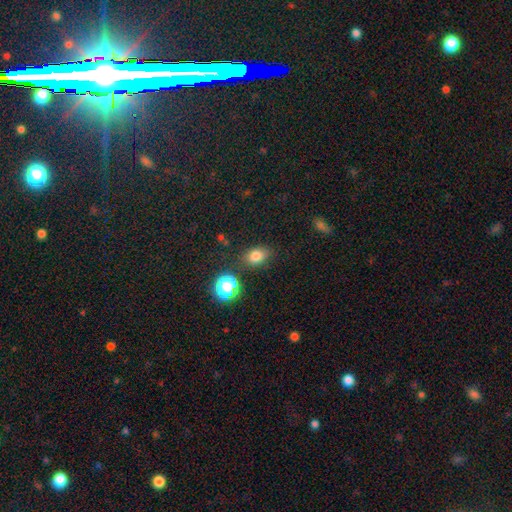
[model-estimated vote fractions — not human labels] Smooth or featured? Predicted: smooth (p=0.77). How rounded? Predicted: in between (p=0.68). Merging? Predicted: none (p=0.80).